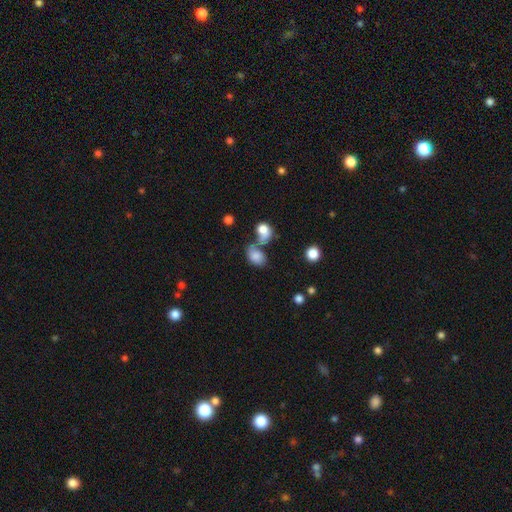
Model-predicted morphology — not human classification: Overall: smooth (78%). How rounded: in between (79%). Merging: merger (42%; none 33%).